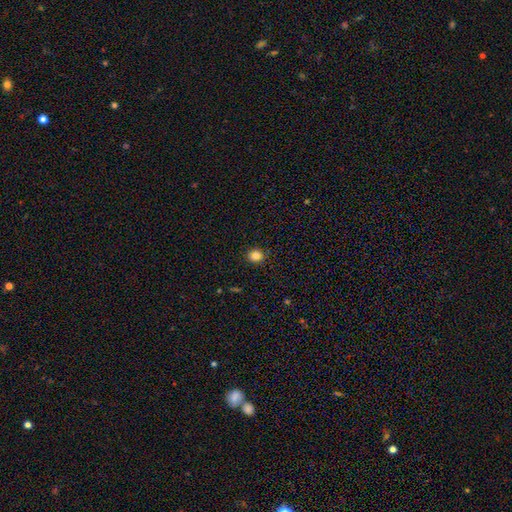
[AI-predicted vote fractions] This is clearly a smooth galaxy (83%). How rounded: clearly round (84%). Merging: clearly none (90%).